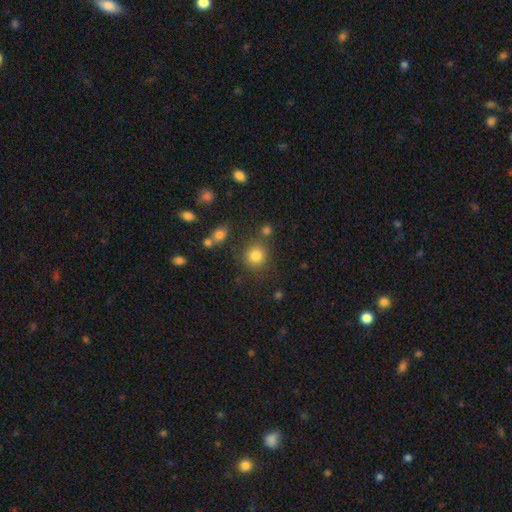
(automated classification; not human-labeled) Smooth or featured? smooth (82%)
How rounded? round (88%)
Merging? none (75%)